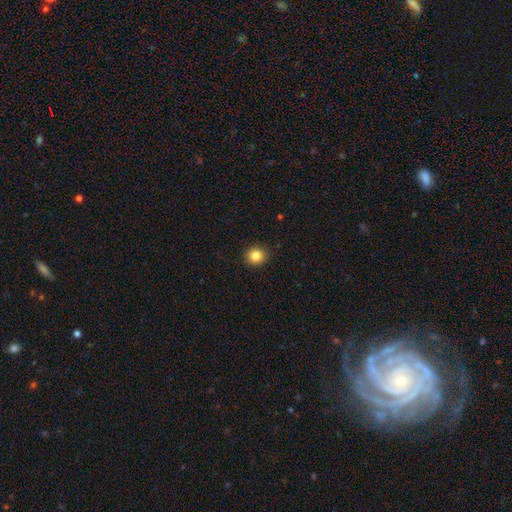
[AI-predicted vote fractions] Morphology: type=smooth (84%); roundness=round (89%); merging=none (91%).